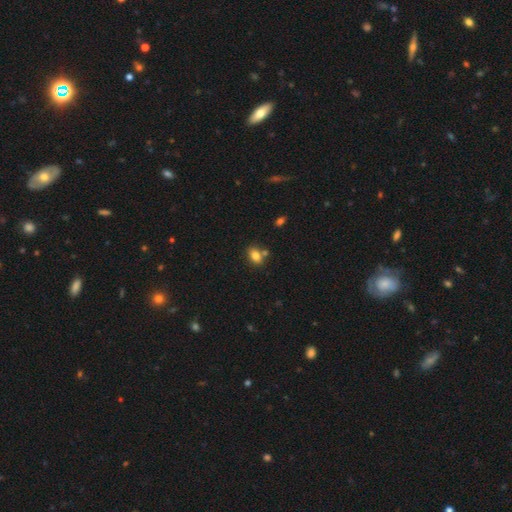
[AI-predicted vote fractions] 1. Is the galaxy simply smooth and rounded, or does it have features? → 81% smooth, 10% star or artifact, 9% featured or disk.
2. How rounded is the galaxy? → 78% in between, 20% round, 2% cigar-shaped.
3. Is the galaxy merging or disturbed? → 66% none, 18% merger, 12% minor disturbance, 3% major disturbance.